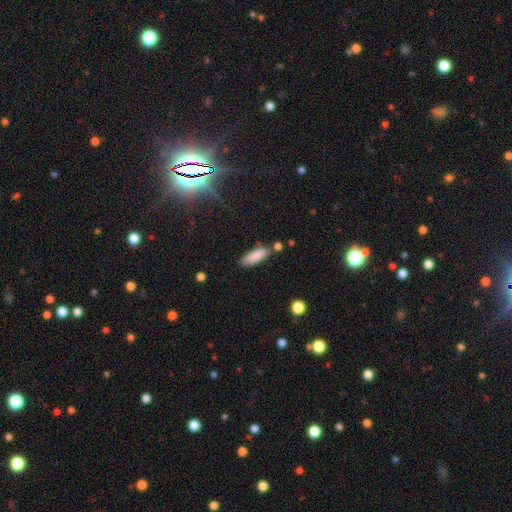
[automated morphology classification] smooth 86%, star or artifact 7%, featured or disk 7%. Down the decision tree: how rounded — in between (57%); merging — none (73%).